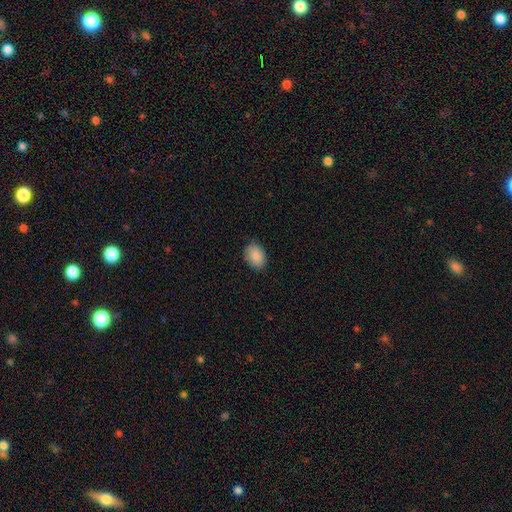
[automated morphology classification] Smooth or featured?
  - smooth: 89% *
  - star or artifact: 7%
  - featured or disk: 4%
How rounded?
  - in between: 80% *
  - round: 19%
  - cigar-shaped: 1%
Merging?
  - none: 82% *
  - minor disturbance: 14%
  - major disturbance: 3%
  - merger: 1%